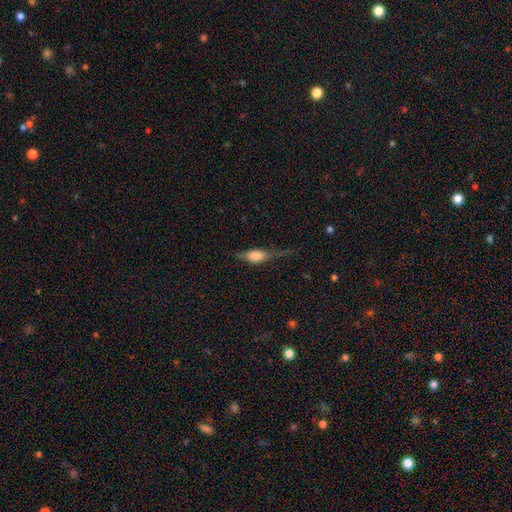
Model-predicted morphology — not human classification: smooth_or_featured: smooth (p=0.49) [alt: featured or disk p=0.42]
merging: none (p=0.48) [alt: minor disturbance p=0.30]